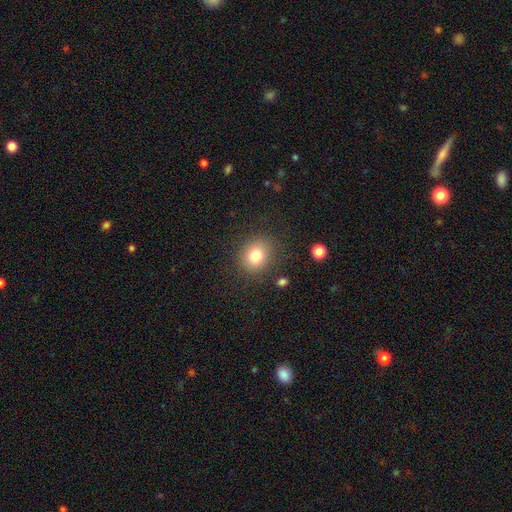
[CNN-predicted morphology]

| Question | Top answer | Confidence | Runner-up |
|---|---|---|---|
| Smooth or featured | smooth | 80% | star or artifact (11%) |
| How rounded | round | 70% | in between (29%) |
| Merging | none | 84% | minor disturbance (10%) |